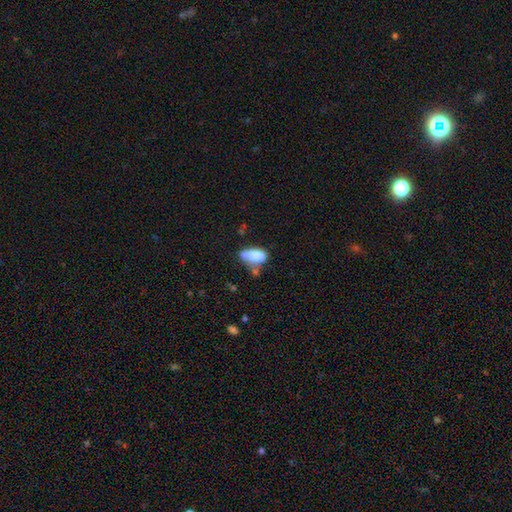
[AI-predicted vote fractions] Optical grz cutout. It shows a smooth galaxy with no disk features (75%) that is in between round and cigar-shaped (88%). Merging: none (30%).